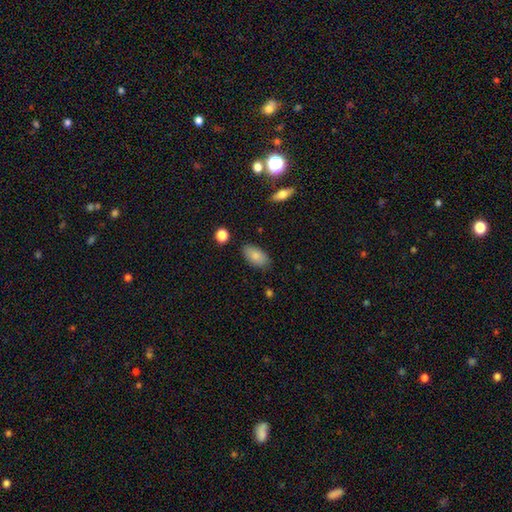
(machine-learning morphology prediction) A smooth galaxy with no disk features (85%) that is in between round and cigar-shaped (94%).

Vote fractions:
- Smooth or featured? smooth: 85% / featured or disk: 8% / star or artifact: 7%
- How rounded? in between: 94% / round: 4% / cigar-shaped: 3%
- Merging? none: 83% / minor disturbance: 12% / major disturbance: 3% / merger: 2%